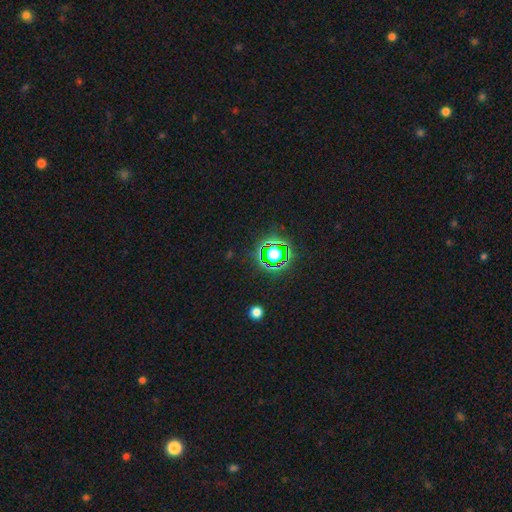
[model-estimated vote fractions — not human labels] The model was most divided on "smooth or featured": star or artifact: 80%, smooth: 13%, featured or disk: 6%.